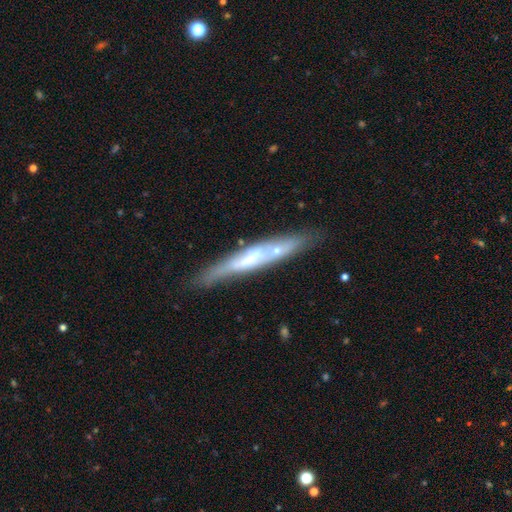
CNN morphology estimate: A featured or disk galaxy (61%) viewed edge-on (75%).

Vote fractions:
- Smooth or featured? featured or disk: 61% / smooth: 31% / star or artifact: 7%
- Edge-on disk? yes: 75% / no: 25%
- Merging? none: 66% / minor disturbance: 17% / merger: 11% / major disturbance: 5%